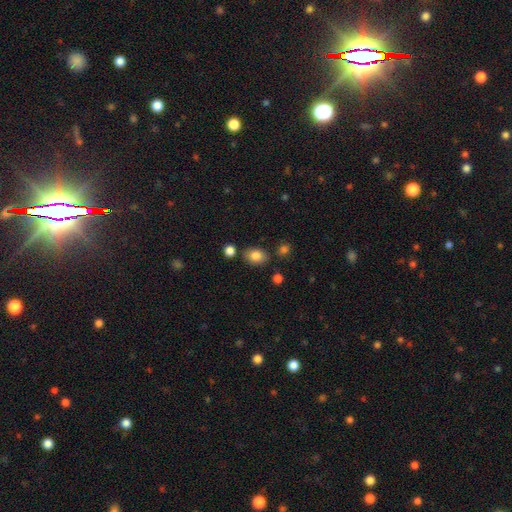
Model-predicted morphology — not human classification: smooth-or-featured: smooth: 85% | star or artifact: 9% | featured or disk: 6%
  how-rounded: in between: 65% | round: 34% | cigar-shaped: 1%
  merging: none: 77% | minor disturbance: 13% | merger: 6% | major disturbance: 4%